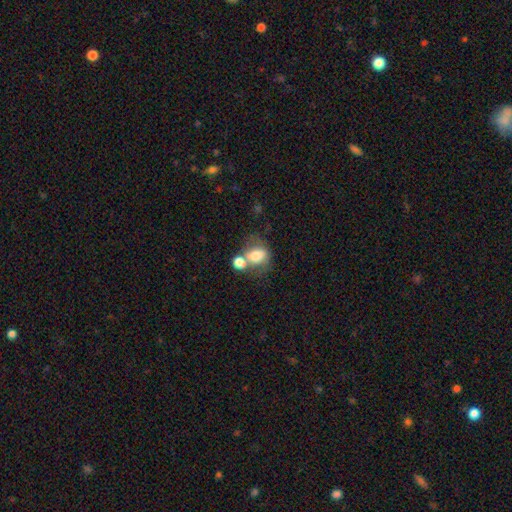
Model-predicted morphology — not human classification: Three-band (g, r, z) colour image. It shows a smooth galaxy with no disk features (70%) that is in between round and cigar-shaped (53%). Merging: merger (46%).